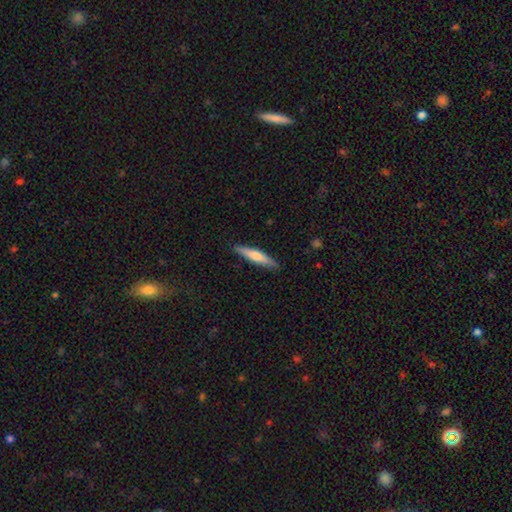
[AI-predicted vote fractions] This appears to be a smooth galaxy with no disk features (57%) that is cigar-shaped (88%). Merging: none (89%).